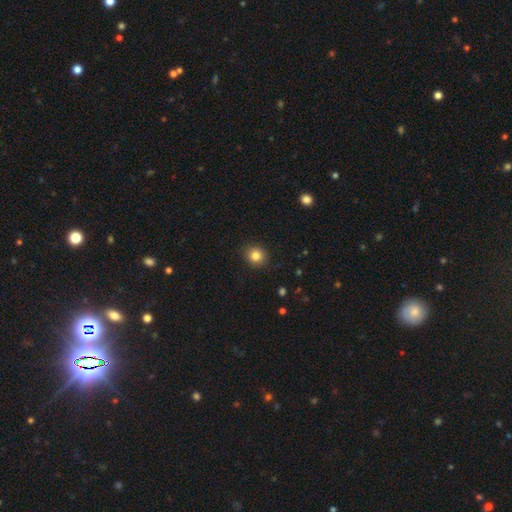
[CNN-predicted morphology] smooth-or-featured: smooth: 83% | star or artifact: 11% | featured or disk: 6%
  how-rounded: round: 87% | in between: 12% | cigar-shaped: 1%
  merging: none: 91% | minor disturbance: 6% | major disturbance: 2% | merger: 1%